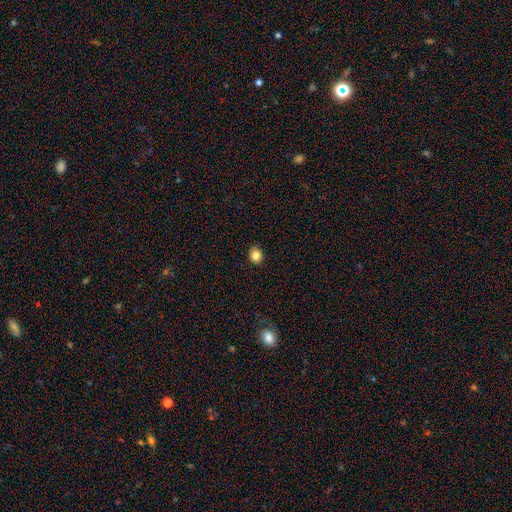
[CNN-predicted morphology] Overall: smooth (82%). How rounded: round (75%). Merging: none (88%).